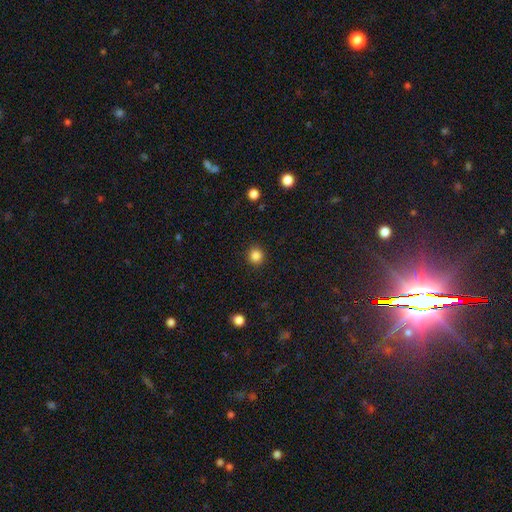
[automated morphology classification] This appears to be a smooth galaxy with no disk features (85%) that is round (91%). Merging: none (91%).